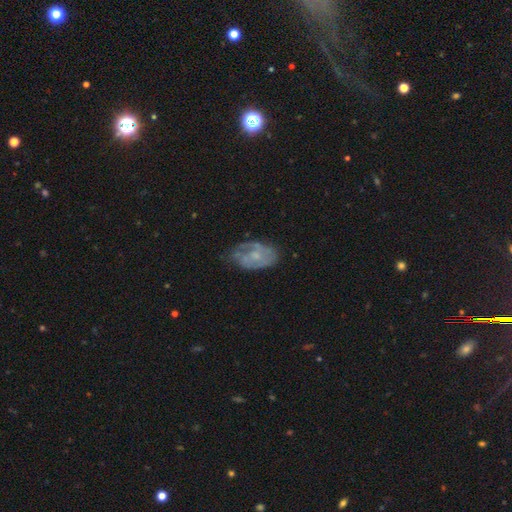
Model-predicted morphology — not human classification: Smooth or featured: featured or disk — 68% (smooth — 24%)
Edge-on disk: no — 96% (yes — 4%)
Bar: no — 71% (weak — 25%)
Spiral arms: yes — 78% (no — 22%)
Spiral winding: tight — 44% (medium — 40%)
Spiral arm count: 2 — 41% (can't tell — 35%)
Bulge size: small — 59% (moderate — 26%)
Merging: none — 55% (minor disturbance — 28%)